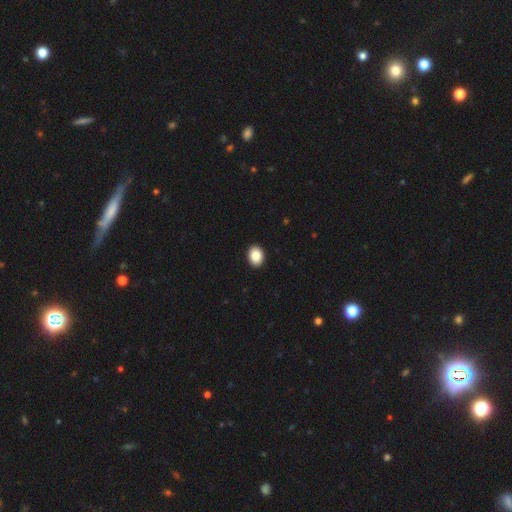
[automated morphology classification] smooth_or_featured: smooth (p=0.88) [alt: star or artifact p=0.08]
how_rounded: in between (p=0.69) [alt: round p=0.31]
merging: none (p=0.93) [alt: minor disturbance p=0.05]